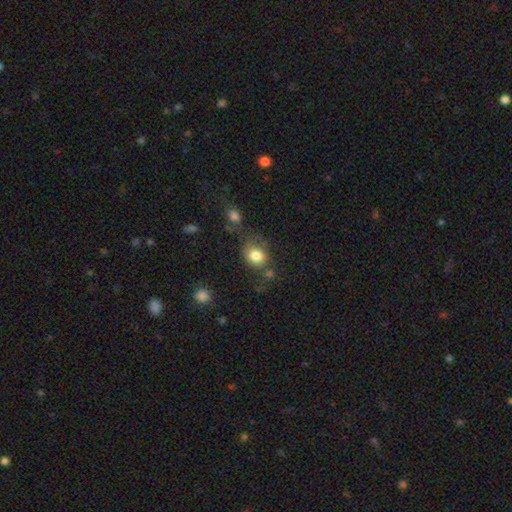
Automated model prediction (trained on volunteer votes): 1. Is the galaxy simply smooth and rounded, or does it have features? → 81% smooth, 10% star or artifact, 9% featured or disk.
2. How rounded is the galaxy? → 66% round, 33% in between, 1% cigar-shaped.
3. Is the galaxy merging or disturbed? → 59% none, 19% minor disturbance, 13% merger, 9% major disturbance.